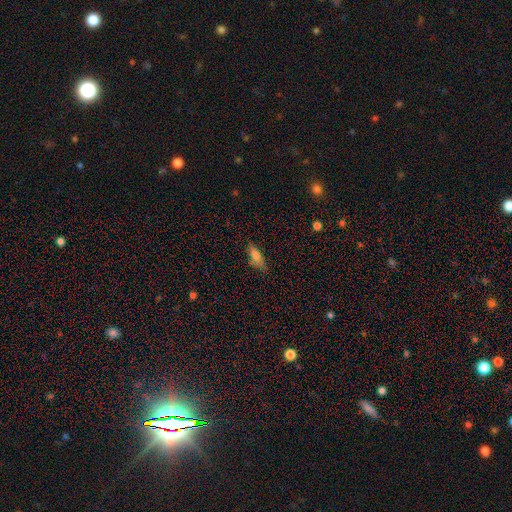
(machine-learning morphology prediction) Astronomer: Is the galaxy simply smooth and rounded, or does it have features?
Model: smooth — 74%.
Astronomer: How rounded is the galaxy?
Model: in between — 63%.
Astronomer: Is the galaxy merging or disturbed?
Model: none — 70%.